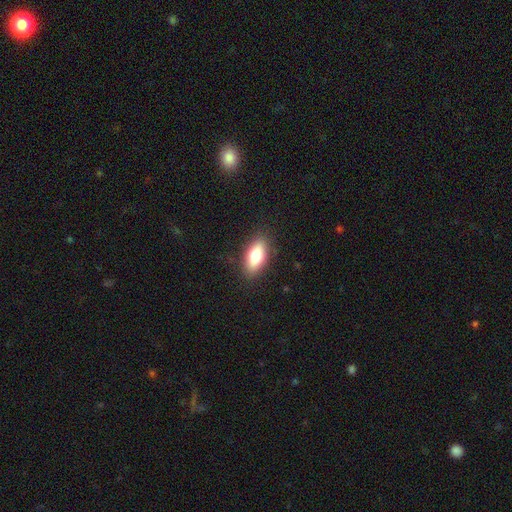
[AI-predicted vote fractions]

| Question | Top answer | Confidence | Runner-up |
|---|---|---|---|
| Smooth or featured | smooth | 73% | featured or disk (20%) |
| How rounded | in between | 80% | cigar-shaped (17%) |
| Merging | none | 87% | minor disturbance (10%) |